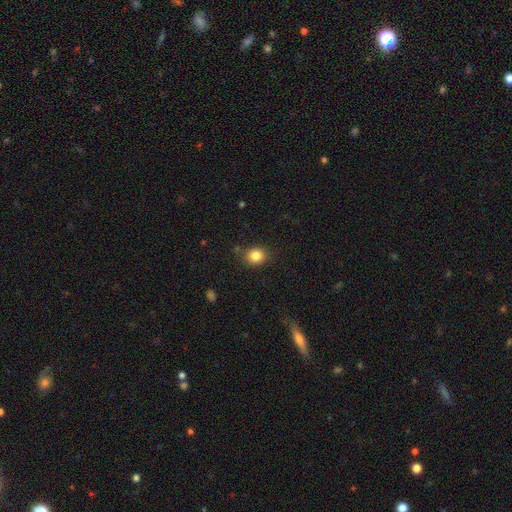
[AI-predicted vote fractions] Smooth or featured?
  - smooth: 84% *
  - star or artifact: 11%
  - featured or disk: 6%
How rounded?
  - round: 69% *
  - in between: 30%
  - cigar-shaped: 1%
Merging?
  - none: 83% *
  - minor disturbance: 11%
  - major disturbance: 3%
  - merger: 3%